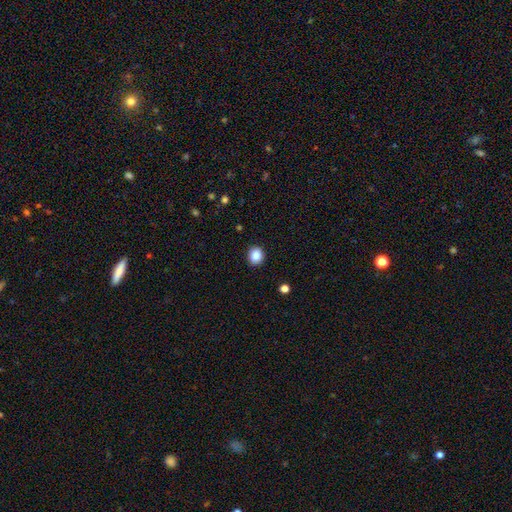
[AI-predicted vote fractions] Overall: smooth (85%). How rounded: round (76%). Merging: none (91%).